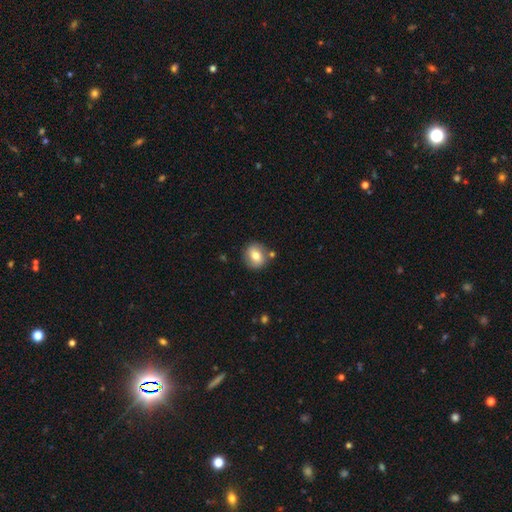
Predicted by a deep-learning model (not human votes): This is likely a smooth galaxy (71%). How rounded: clearly round (80%). Merging: likely none (79%).